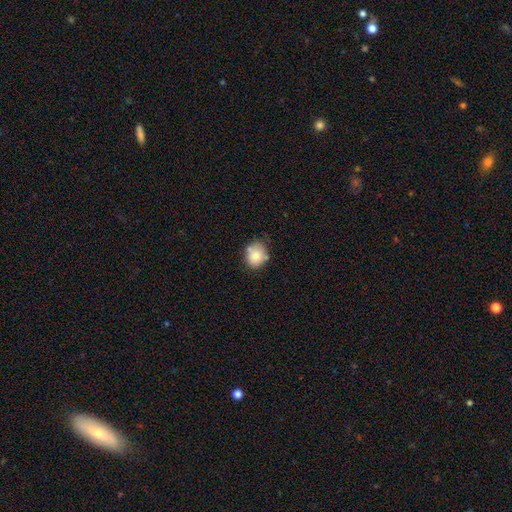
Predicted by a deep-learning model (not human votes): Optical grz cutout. It shows a smooth galaxy with no disk features (76%) that is round (63%). Merging: none (67%).